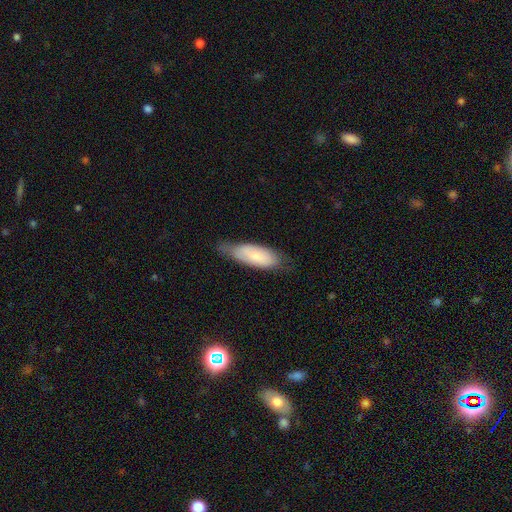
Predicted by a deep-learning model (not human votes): smooth-or-featured: smooth: 66% | featured or disk: 28% | star or artifact: 6%
  how-rounded: in between: 70% | cigar-shaped: 28% | round: 2%
  merging: none: 56% | minor disturbance: 34% | major disturbance: 9% | merger: 2%